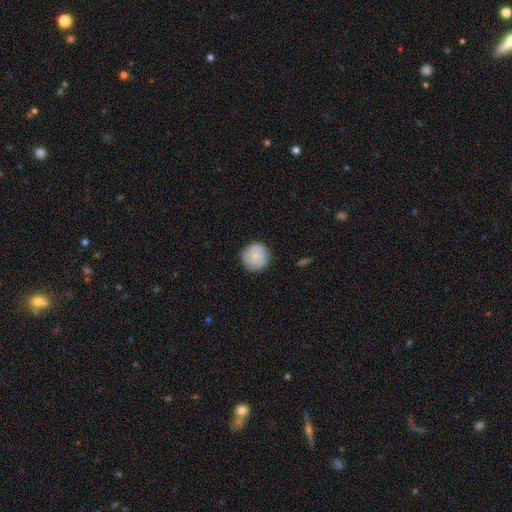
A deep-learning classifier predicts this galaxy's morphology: This appears to be a smooth galaxy with no disk features (84%) that is round (94%). Merging: none (86%).